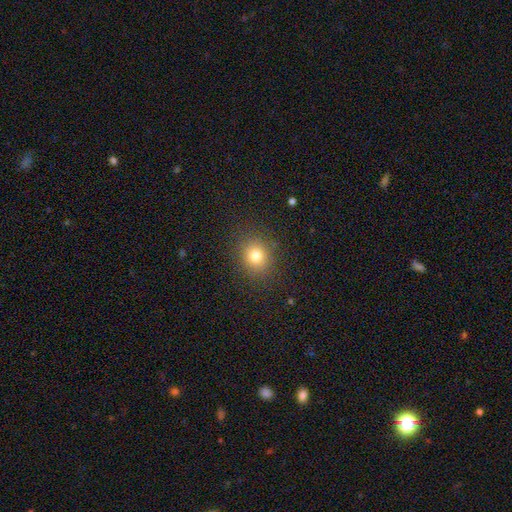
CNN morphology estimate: Smooth or featured?
  - smooth: 77% *
  - star or artifact: 15%
  - featured or disk: 8%
How rounded?
  - round: 78% *
  - in between: 21%
  - cigar-shaped: 1%
Merging?
  - none: 87% *
  - minor disturbance: 9%
  - major disturbance: 3%
  - merger: 1%